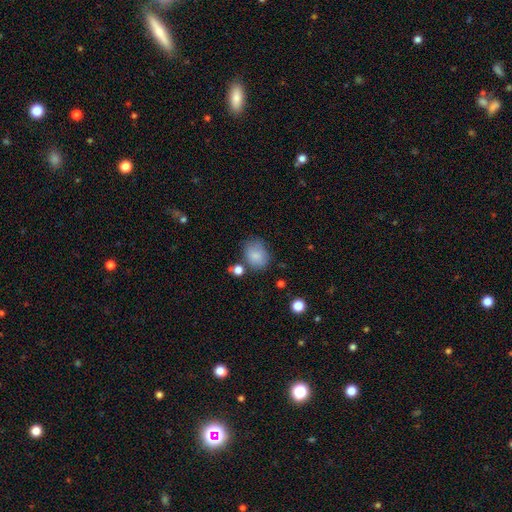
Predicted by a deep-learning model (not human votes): Smooth or featured? smooth (83%)
How rounded? in between (53%)
Merging? none (65%)